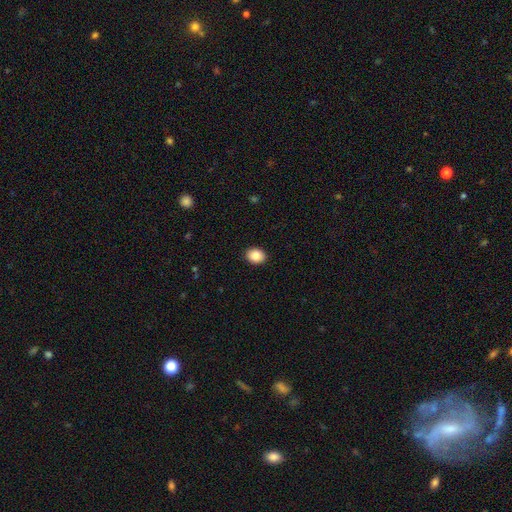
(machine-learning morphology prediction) type=smooth (86%); roundness=in between (51%); merging=none (92%).